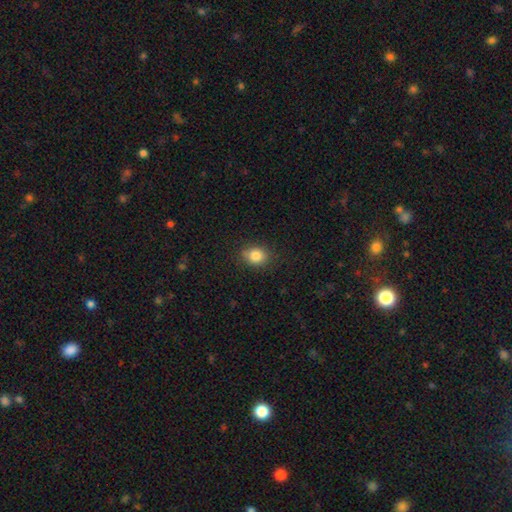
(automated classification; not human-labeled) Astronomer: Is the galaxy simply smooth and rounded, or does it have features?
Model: smooth — 85%.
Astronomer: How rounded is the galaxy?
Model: round — 52% (runner-up: in between, 47%).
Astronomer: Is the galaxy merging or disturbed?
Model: none — 83%.